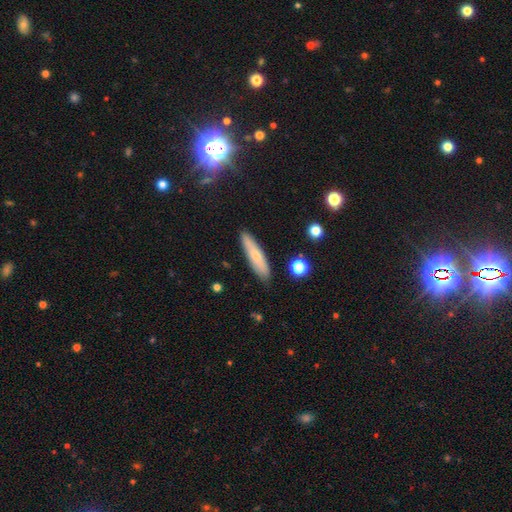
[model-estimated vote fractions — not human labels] Smooth or featured? Predicted: smooth (p=0.63). How rounded? Predicted: cigar-shaped (p=0.81). Merging? Predicted: none (p=0.85).